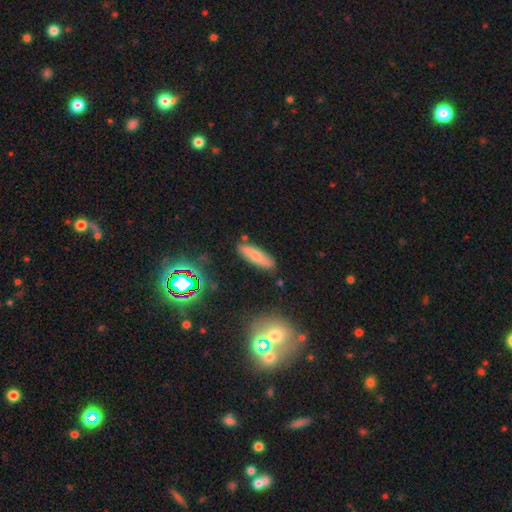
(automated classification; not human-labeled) Morphology: type=smooth (66%); roundness=cigar-shaped (61%); merging=none (83%).